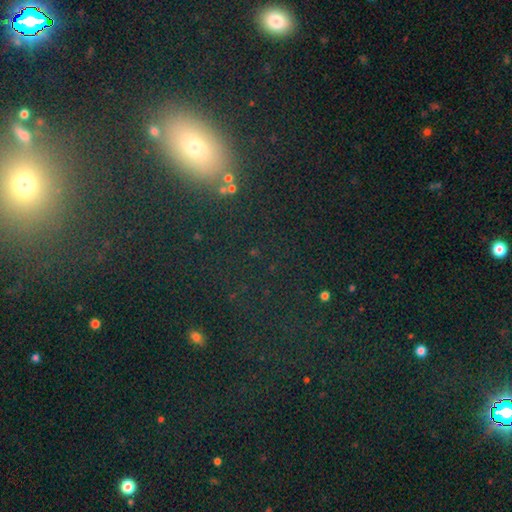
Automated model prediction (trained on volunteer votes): The model was most divided on "smooth or featured": star or artifact: 48%, smooth: 40%, featured or disk: 12%.